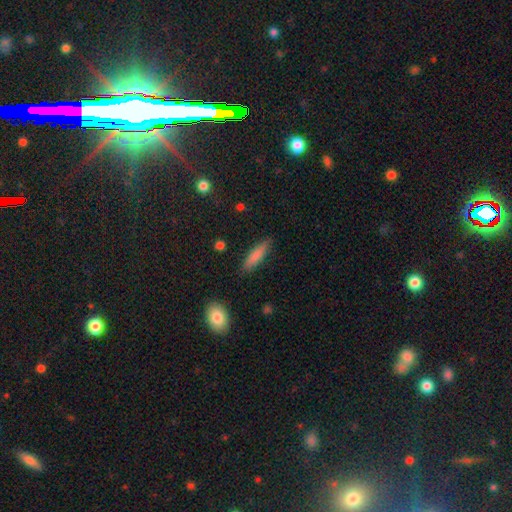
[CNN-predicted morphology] Smooth or featured? Predicted: smooth (p=0.80). How rounded? Predicted: cigar-shaped (p=0.75). Merging? Predicted: none (p=0.86).